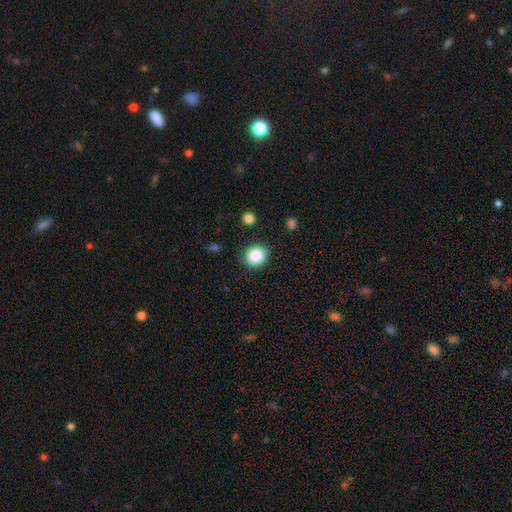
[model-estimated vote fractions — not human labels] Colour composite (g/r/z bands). It shows a smooth galaxy with no disk features (86%) that is round (84%). Merging: none (87%).